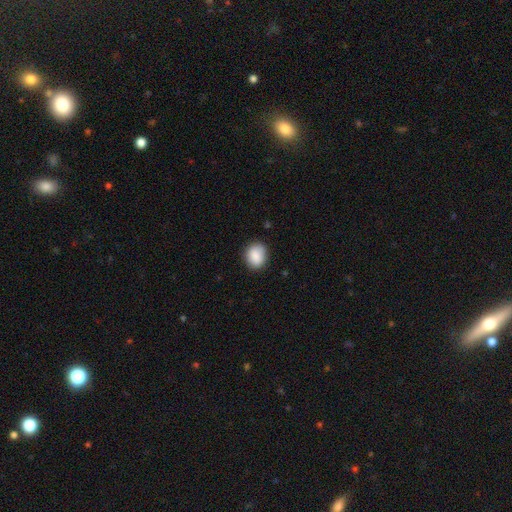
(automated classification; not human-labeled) smooth 87%, star or artifact 7%, featured or disk 5%. Down the decision tree: how rounded — round (58%); merging — none (83%).